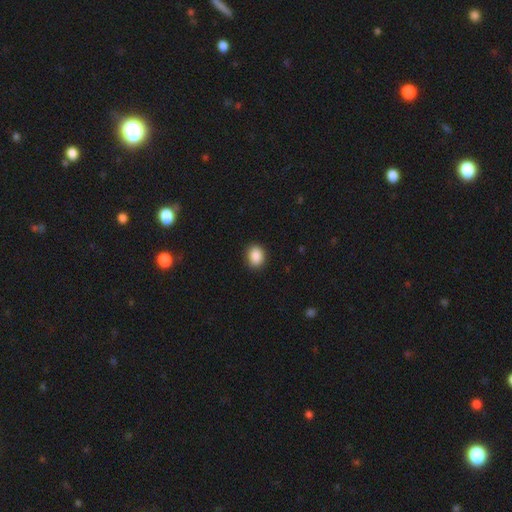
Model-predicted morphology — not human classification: Q: Smooth or featured?
A: smooth (89%); runner-up: star or artifact (8%)
Q: How rounded?
A: in between (60%); runner-up: round (39%)
Q: Merging?
A: none (89%); runner-up: minor disturbance (8%)